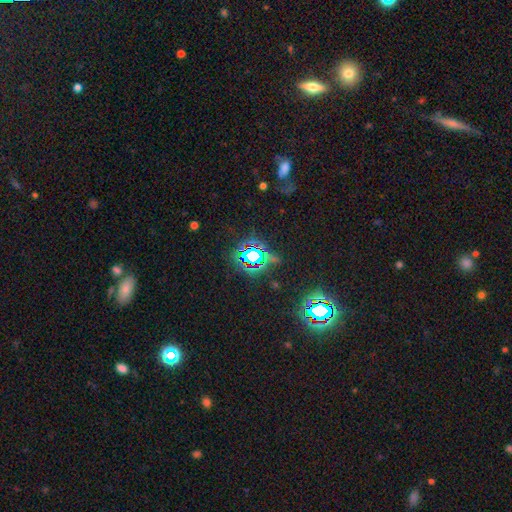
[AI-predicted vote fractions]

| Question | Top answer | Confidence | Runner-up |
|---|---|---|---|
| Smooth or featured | star or artifact | 73% | smooth (17%) |